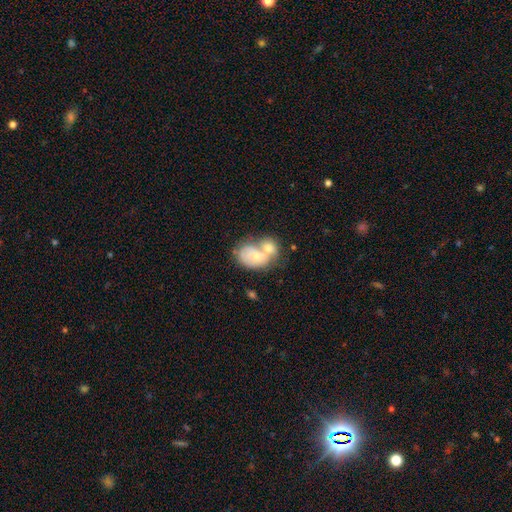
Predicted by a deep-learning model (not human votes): Smooth or featured: smooth — 59% (featured or disk — 35%)
How rounded: in between — 68% (round — 31%)
Merging: merger — 69% (none — 15%)